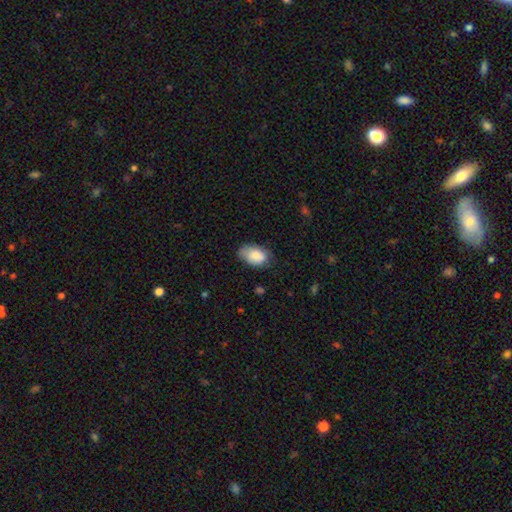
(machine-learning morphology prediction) Smooth or featured? smooth (85%)
How rounded? in between (91%)
Merging? none (62%)